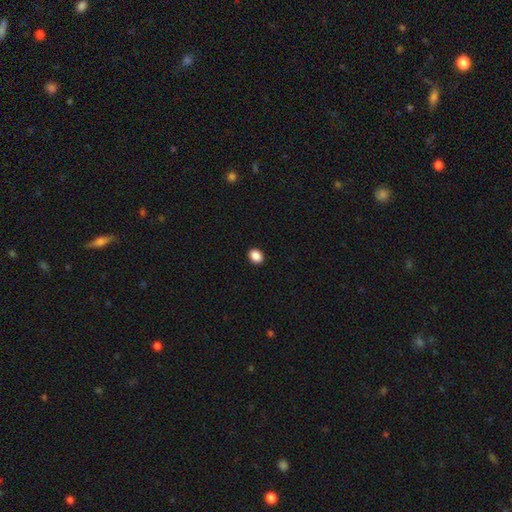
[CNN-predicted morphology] smooth-or-featured: smooth: 89% | star or artifact: 9% | featured or disk: 2%
  how-rounded: in between: 52% | round: 47% | cigar-shaped: 1%
  merging: none: 92% | minor disturbance: 5% | major disturbance: 2% | merger: 1%